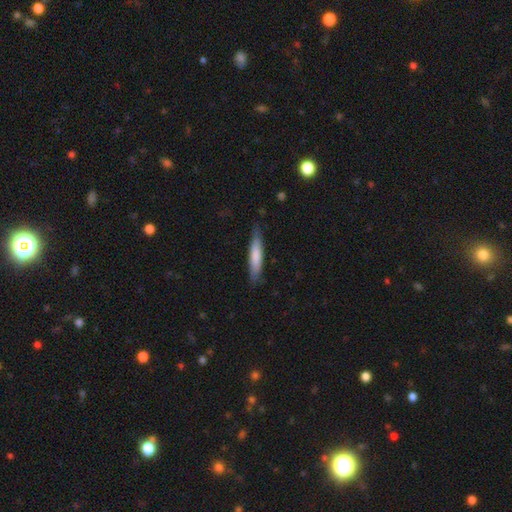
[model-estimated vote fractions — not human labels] Smooth or featured?
  - smooth: 75% *
  - featured or disk: 20%
  - star or artifact: 5%
How rounded?
  - cigar-shaped: 87% *
  - in between: 12%
  - round: 1%
Merging?
  - none: 82% *
  - minor disturbance: 14%
  - major disturbance: 2%
  - merger: 1%